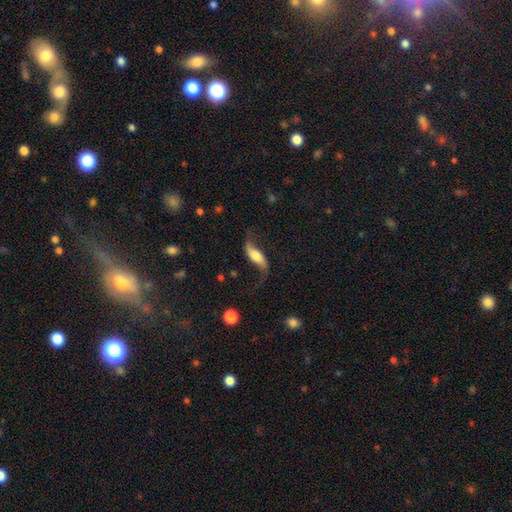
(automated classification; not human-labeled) Morphology: type=featured or disk (72%); edge-on=no (81%); bar=no (45%); spiral arms=yes (92%); winding=loose (91%); arm count=2 (92%); bulge=moderate (47%); merging=none (66%).